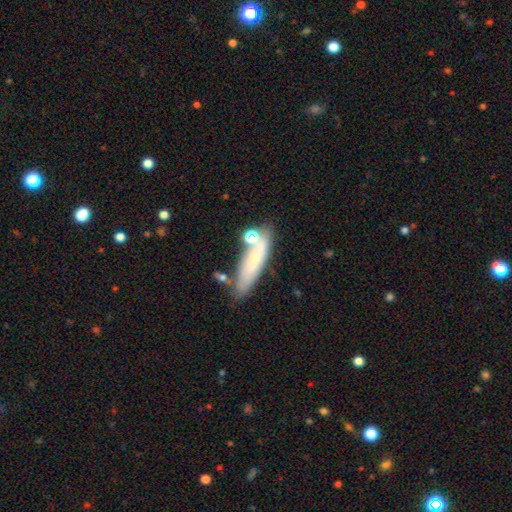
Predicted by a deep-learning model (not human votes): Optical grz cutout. It shows a smooth galaxy with no disk features (59%) that is cigar-shaped (71%). Merging: none (59%).